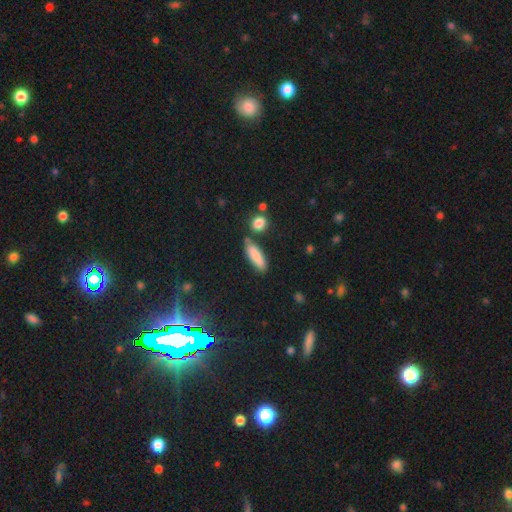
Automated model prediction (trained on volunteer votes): This appears to be a smooth galaxy with no disk features (82%) that is cigar-shaped (53%). Merging: none (74%).